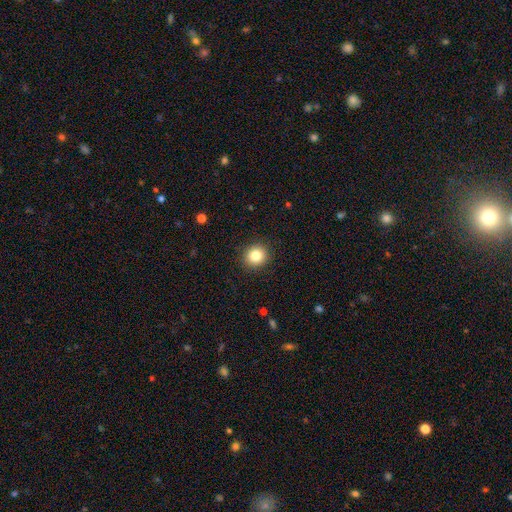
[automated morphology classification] Smooth or featured?
  - smooth: 83% *
  - star or artifact: 10%
  - featured or disk: 6%
How rounded?
  - round: 86% *
  - in between: 13%
  - cigar-shaped: 1%
Merging?
  - none: 91% *
  - minor disturbance: 6%
  - major disturbance: 2%
  - merger: 1%